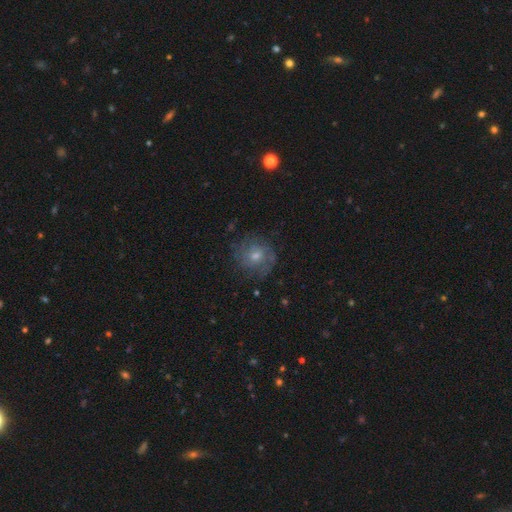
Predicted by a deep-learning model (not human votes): This is likely a featured or disk galaxy (62%). It is clearly not viewed edge-on (97%). Bar: likely no (70%). Spiral arm pattern: clearly yes (86%). Spiral arm count: marginally can't tell (40%). Spiral winding: possibly tight (53%). Central bulge: possibly moderate (49%). Merging: likely none (76%).